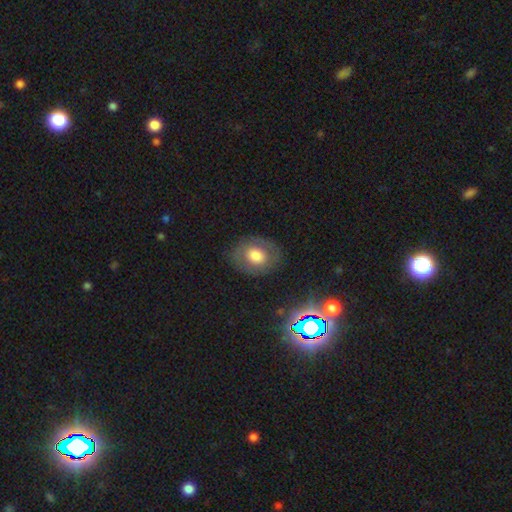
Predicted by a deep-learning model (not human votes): Smooth or featured? smooth (63%)
How rounded? in between (53%)
Merging? none (82%)